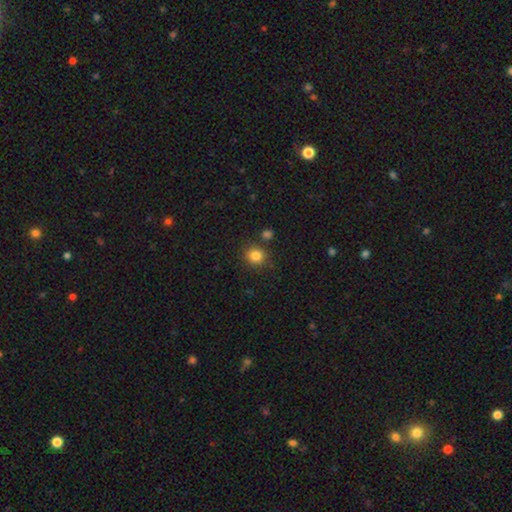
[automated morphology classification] This is clearly a smooth galaxy (84%). How rounded: clearly round (86%). Merging: clearly none (83%).